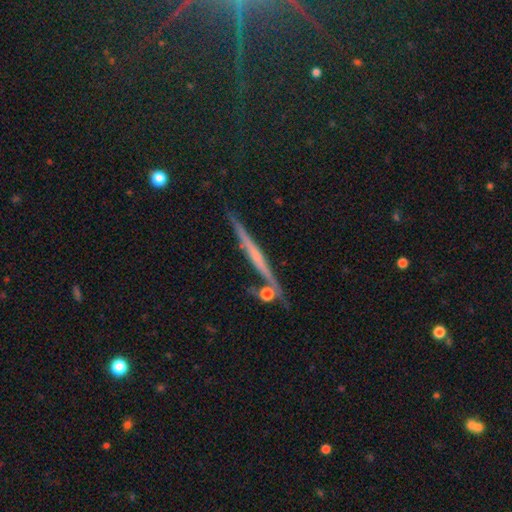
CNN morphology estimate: smooth-or-featured: featured or disk: 60% | smooth: 29% | star or artifact: 12%
  disk-edge-on: yes: 97% | no: 3%
    edge-on-bulge: none: 69% | rounded: 20% | boxy: 11%
  merging: none: 85% | minor disturbance: 8% | merger: 4% | major disturbance: 2%